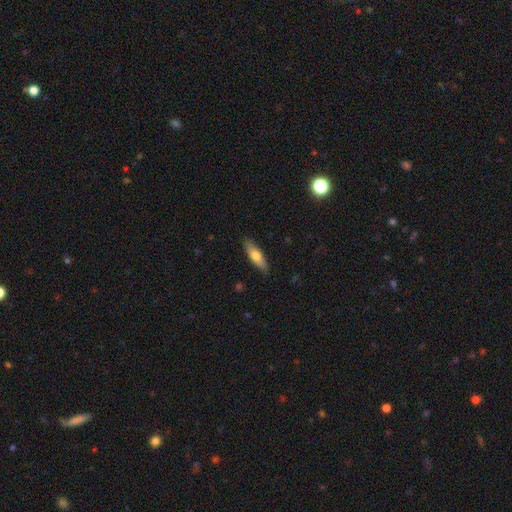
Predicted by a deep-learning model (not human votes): Smooth or featured? smooth (66%)
How rounded? cigar-shaped (56%)
Merging? none (88%)